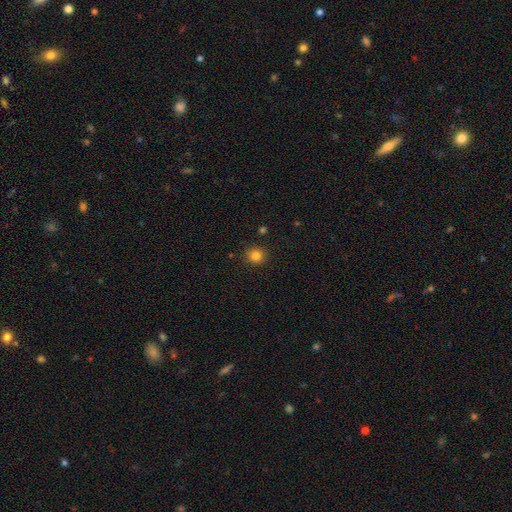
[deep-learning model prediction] Morphology: type=smooth (83%); roundness=round (91%); merging=none (89%).